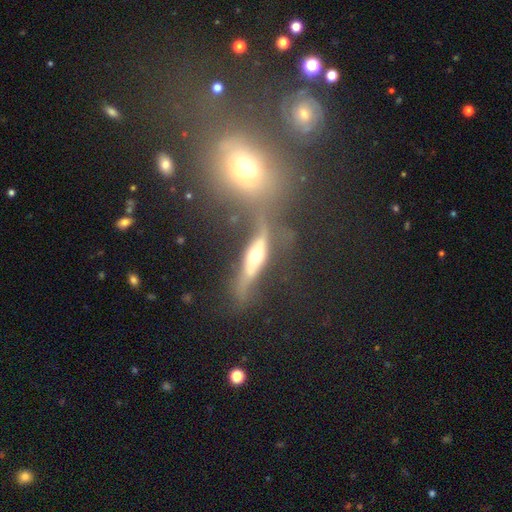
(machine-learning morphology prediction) Smooth or featured?
  - featured or disk: 64% *
  - smooth: 25%
  - star or artifact: 11%
Edge-on disk?
  - yes: 67% *
  - no: 33%
Merging?
  - none: 42% *
  - merger: 26%
  - minor disturbance: 16%
  - major disturbance: 16%